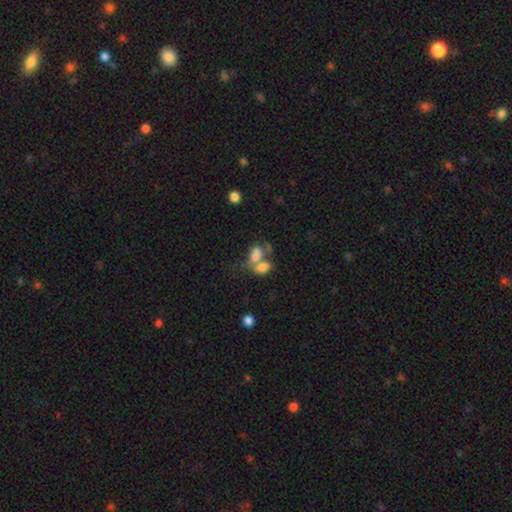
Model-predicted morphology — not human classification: A smooth galaxy with no disk features (69%) that is in between round and cigar-shaped (85%). Merging: merger (65%).